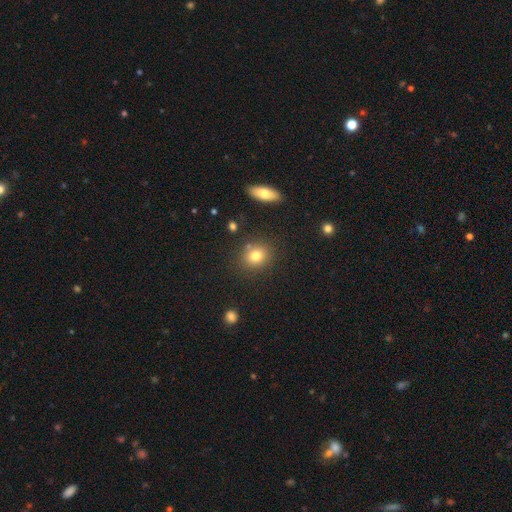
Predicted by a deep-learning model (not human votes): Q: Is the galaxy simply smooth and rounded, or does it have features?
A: smooth — 79%.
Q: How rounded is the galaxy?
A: round — 69%.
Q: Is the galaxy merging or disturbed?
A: none — 79%.